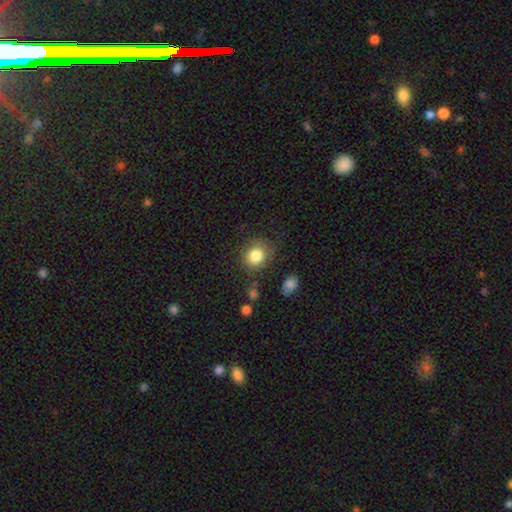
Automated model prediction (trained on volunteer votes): A smooth galaxy with no disk features (84%) that is round (75%). Merging: none (74%).